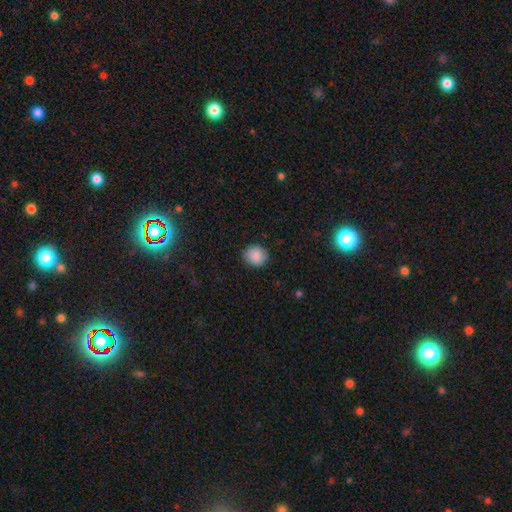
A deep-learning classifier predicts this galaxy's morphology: A smooth galaxy with no disk features (89%) that is round (84%).

Vote fractions:
- Smooth or featured? smooth: 89% / star or artifact: 8% / featured or disk: 3%
- How rounded? round: 84% / in between: 15% / cigar-shaped: 1%
- Merging? none: 89% / minor disturbance: 8% / major disturbance: 2% / merger: 1%